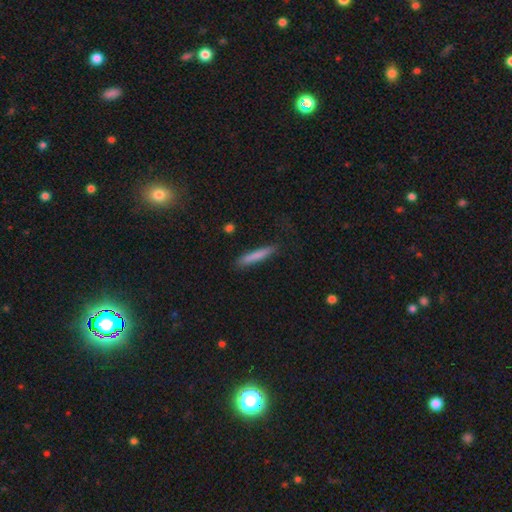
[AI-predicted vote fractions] Smooth or featured? smooth (80%)
How rounded? cigar-shaped (93%)
Merging? none (84%)